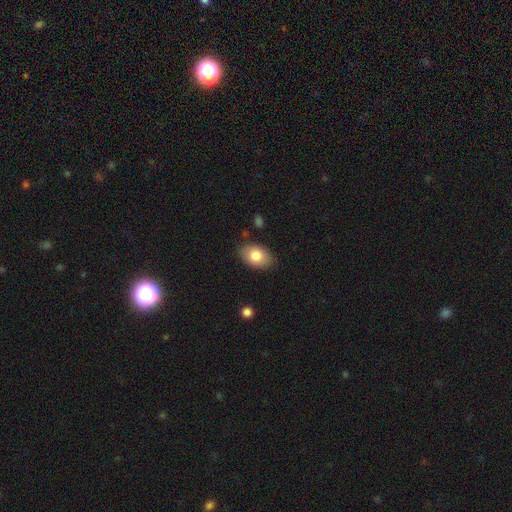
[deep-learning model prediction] Overall: smooth (82%). How rounded: in between (88%). Merging: none (84%).